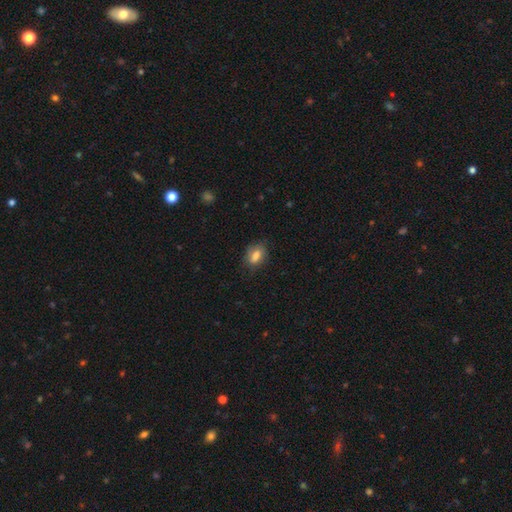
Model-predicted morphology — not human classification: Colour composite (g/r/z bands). It shows a smooth galaxy with no disk features (78%) that is in between round and cigar-shaped (83%). Merging: none (72%).